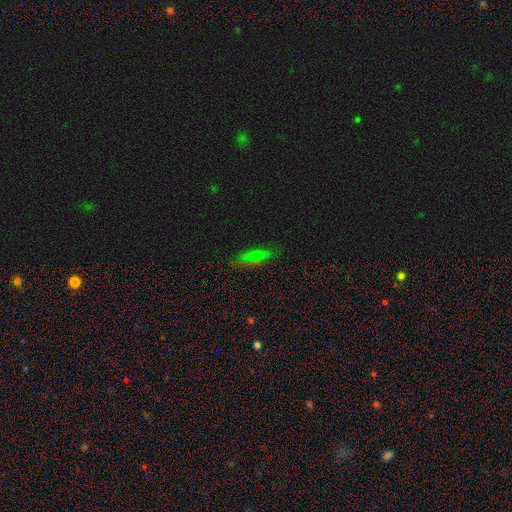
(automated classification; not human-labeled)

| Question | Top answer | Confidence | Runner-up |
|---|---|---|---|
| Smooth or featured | smooth | 54% | star or artifact (27%) |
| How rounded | in between | 66% | cigar-shaped (27%) |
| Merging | none | 78% | minor disturbance (16%) |